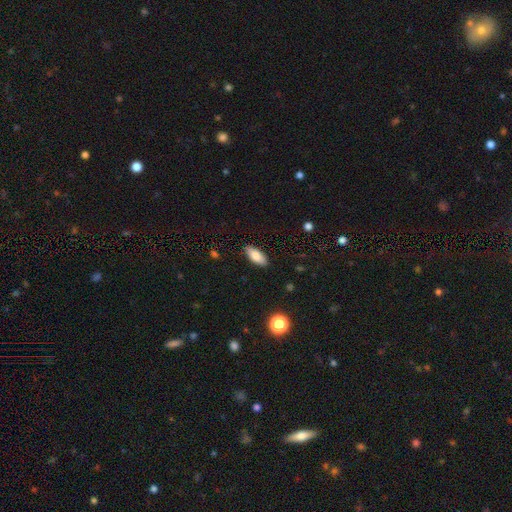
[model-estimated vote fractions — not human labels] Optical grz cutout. It shows a smooth galaxy with no disk features (81%) that is in between round and cigar-shaped (82%). Merging: none (88%).